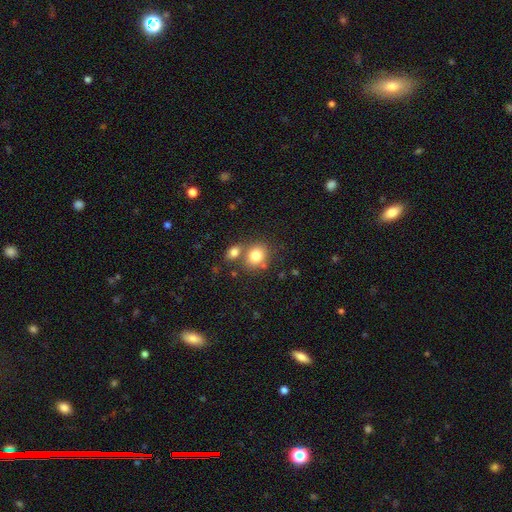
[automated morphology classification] A smooth galaxy with no disk features (80%) that is round (63%).

Vote fractions:
- Smooth or featured? smooth: 80% / featured or disk: 10% / star or artifact: 10%
- How rounded? round: 63% / in between: 36% / cigar-shaped: 1%
- Merging? none: 55% / merger: 31% / minor disturbance: 10% / major disturbance: 4%